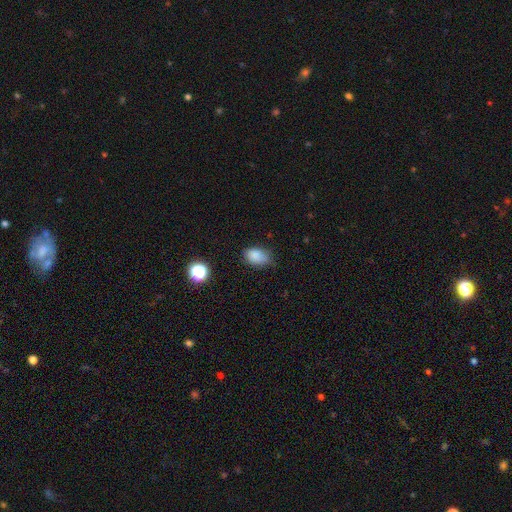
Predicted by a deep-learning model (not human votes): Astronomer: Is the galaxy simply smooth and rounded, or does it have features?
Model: smooth — 85%.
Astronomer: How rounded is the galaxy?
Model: in between — 85%.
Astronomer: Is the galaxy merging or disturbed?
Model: none — 66%.